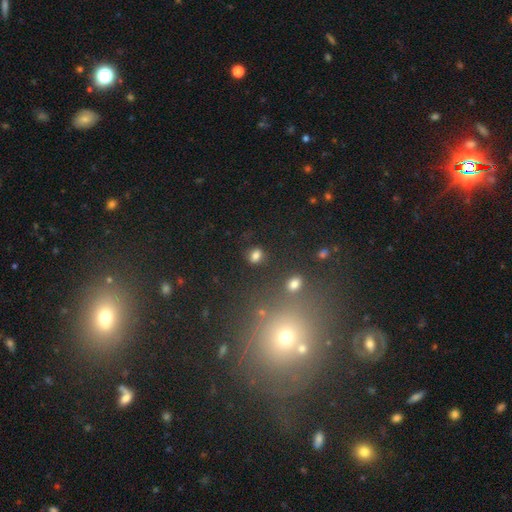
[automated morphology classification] type=smooth (79%); roundness=round (60%); merging=none (78%).